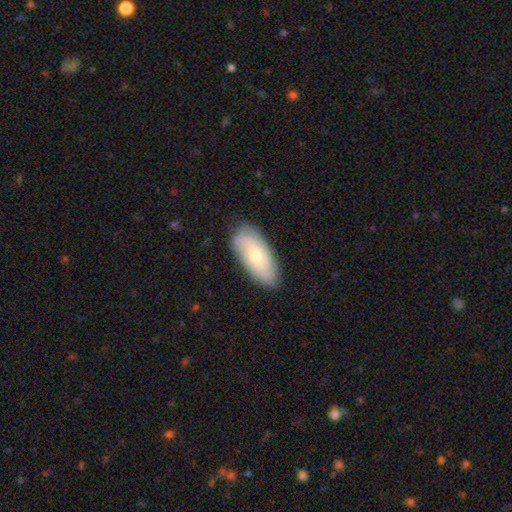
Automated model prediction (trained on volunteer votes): Smooth or featured?
  - featured or disk: 48% *
  - smooth: 45%
  - star or artifact: 7%
Merging?
  - none: 82% *
  - minor disturbance: 14%
  - major disturbance: 3%
  - merger: 1%